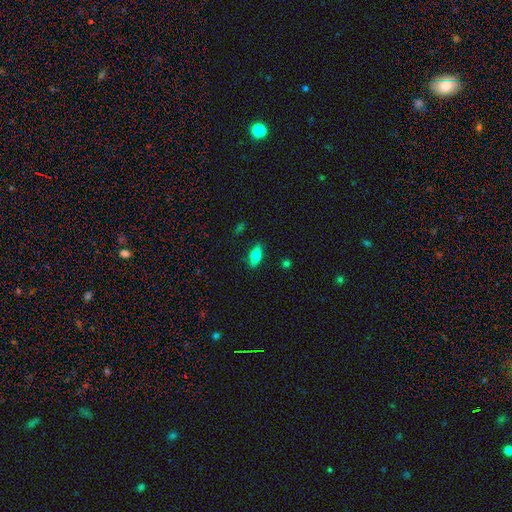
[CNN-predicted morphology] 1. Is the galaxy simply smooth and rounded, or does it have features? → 75% smooth, 18% featured or disk, 7% star or artifact.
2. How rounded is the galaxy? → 76% in between, 21% cigar-shaped, 3% round.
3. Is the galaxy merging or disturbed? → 86% none, 11% minor disturbance, 2% major disturbance, 2% merger.